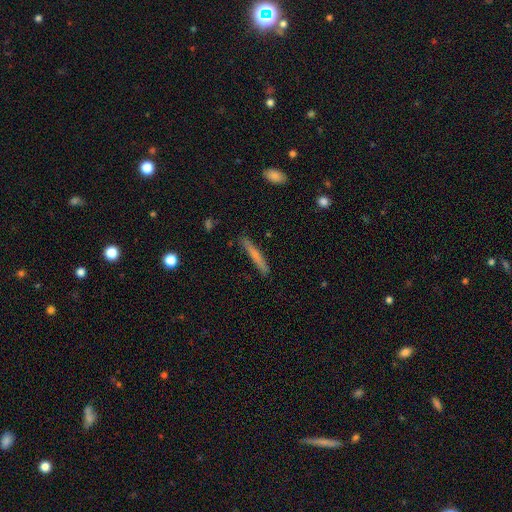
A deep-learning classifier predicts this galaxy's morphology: A smooth galaxy with no disk features (65%) that is cigar-shaped (95%).

Vote fractions:
- Smooth or featured? smooth: 65% / featured or disk: 28% / star or artifact: 7%
- How rounded? cigar-shaped: 95% / in between: 3% / round: 1%
- Merging? none: 86% / minor disturbance: 10% / major disturbance: 2% / merger: 2%